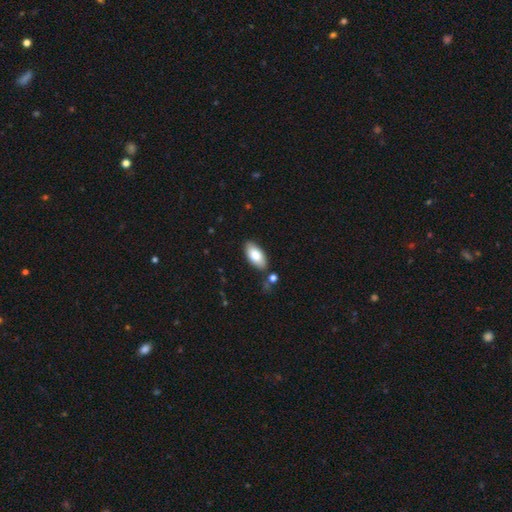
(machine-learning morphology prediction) Smooth or featured? Predicted: smooth (p=0.81). How rounded? Predicted: in between (p=0.92). Merging? Predicted: none (p=0.81).